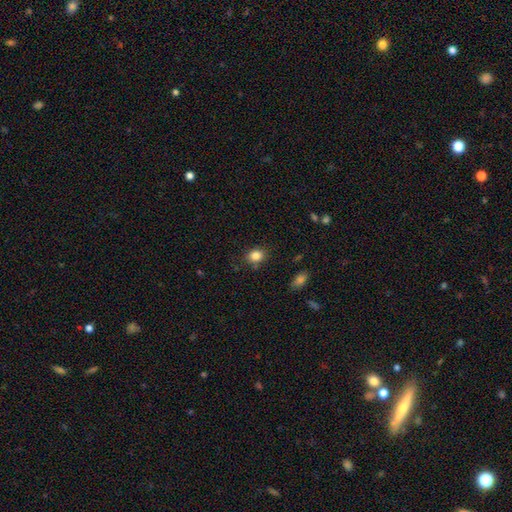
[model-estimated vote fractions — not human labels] A smooth galaxy with no disk features (84%) that is round (51%).

Vote fractions:
- Smooth or featured? smooth: 84% / star or artifact: 10% / featured or disk: 6%
- How rounded? round: 51% / in between: 48% / cigar-shaped: 1%
- Merging? none: 81% / minor disturbance: 13% / major disturbance: 3% / merger: 3%